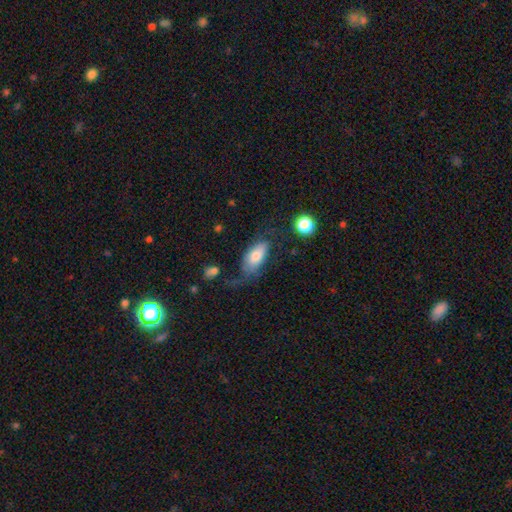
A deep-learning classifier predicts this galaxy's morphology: Q: Smooth or featured?
A: smooth (71%); runner-up: featured or disk (22%)
Q: How rounded?
A: in between (89%); runner-up: cigar-shaped (7%)
Q: Merging?
A: none (43%); runner-up: minor disturbance (29%)